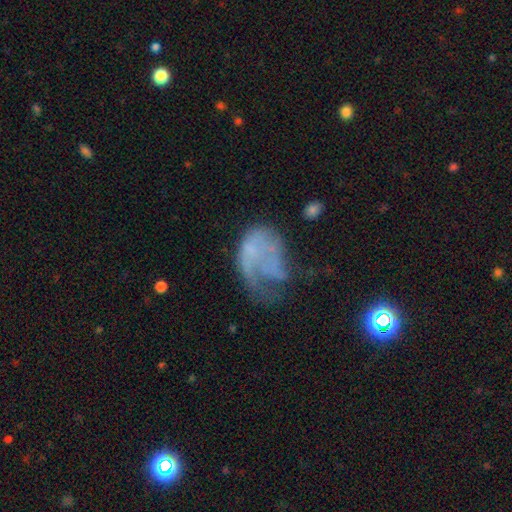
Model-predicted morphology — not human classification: This appears to be a featured or disk galaxy (54%) with no bar (87%), no spiral arms (63%) and no central bulge (75%). Merging: major disturbance (53%).